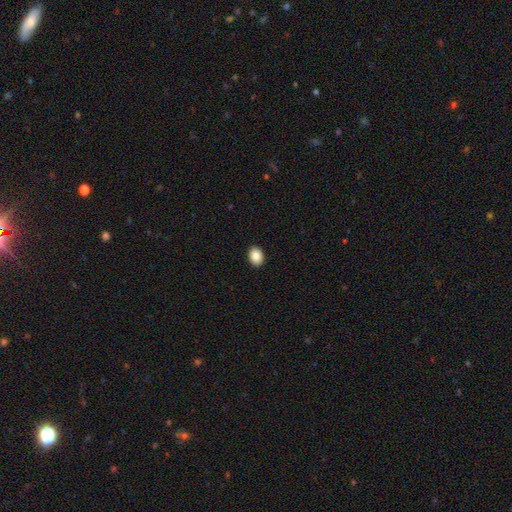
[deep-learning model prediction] smooth-or-featured: smooth: 86% | star or artifact: 8% | featured or disk: 6%
  how-rounded: in between: 67% | round: 32% | cigar-shaped: 1%
  merging: none: 92% | minor disturbance: 6% | major disturbance: 2% | merger: 1%